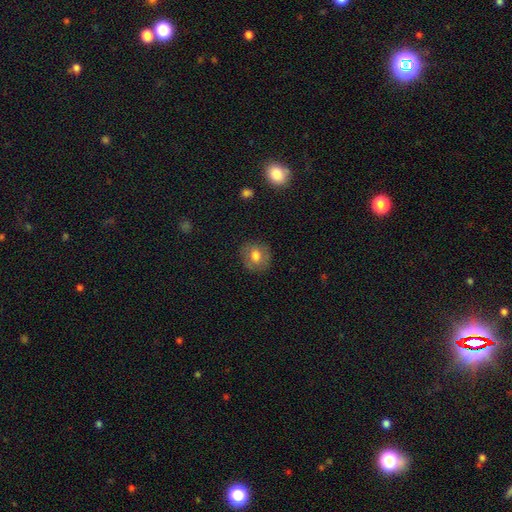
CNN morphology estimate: smooth 71%, featured or disk 20%, star or artifact 9%. Down the decision tree: how rounded — round (78%); merging — none (84%).